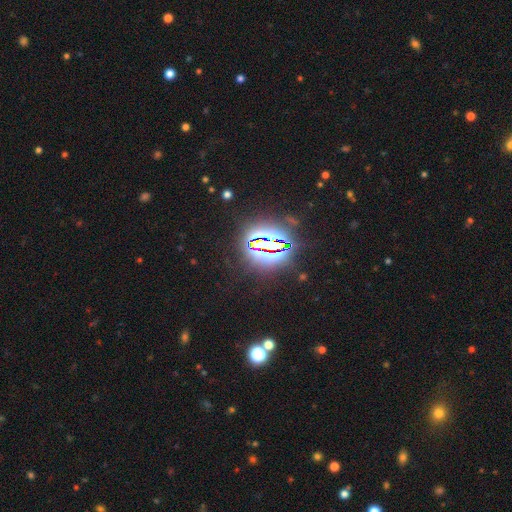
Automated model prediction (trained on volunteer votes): A star or artifact, not a galaxy (83%).

Vote fractions:
- Smooth or featured? star or artifact: 83% / smooth: 9% / featured or disk: 8%